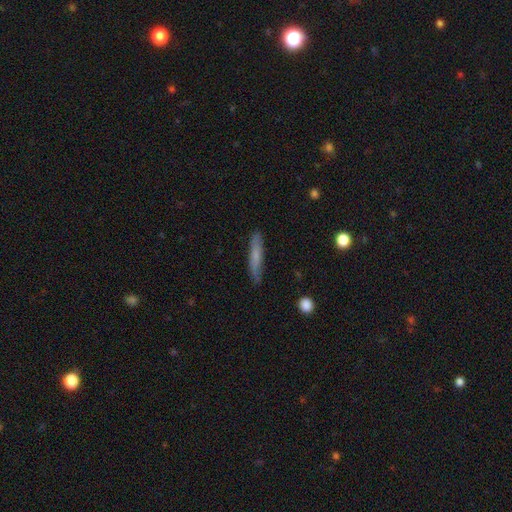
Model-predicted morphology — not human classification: smooth_or_featured: smooth (p=0.66) [alt: featured or disk p=0.28]
how_rounded: cigar-shaped (p=0.92) [alt: in between p=0.07]
merging: none (p=0.84) [alt: minor disturbance p=0.13]